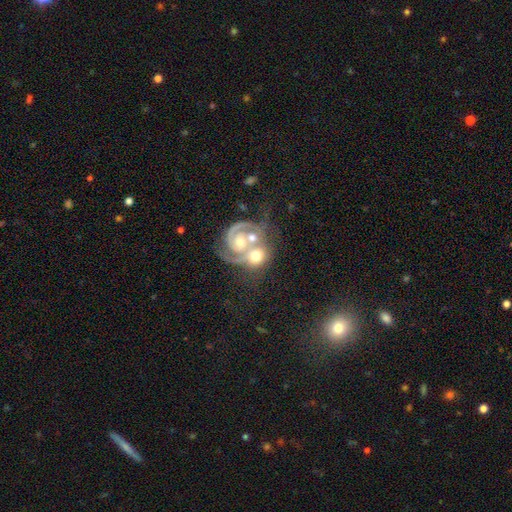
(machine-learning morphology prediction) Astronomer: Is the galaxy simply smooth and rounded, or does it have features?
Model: featured or disk — 69%.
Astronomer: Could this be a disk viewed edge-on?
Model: no — 97%.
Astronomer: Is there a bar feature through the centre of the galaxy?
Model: no — 72%.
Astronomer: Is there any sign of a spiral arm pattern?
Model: yes — 88%.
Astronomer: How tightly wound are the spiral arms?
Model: tight — 45% (runner-up: medium, 41%).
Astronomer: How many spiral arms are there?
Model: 2 — 67%.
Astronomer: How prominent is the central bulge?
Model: moderate — 56%.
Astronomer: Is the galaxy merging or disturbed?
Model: merger — 69%.